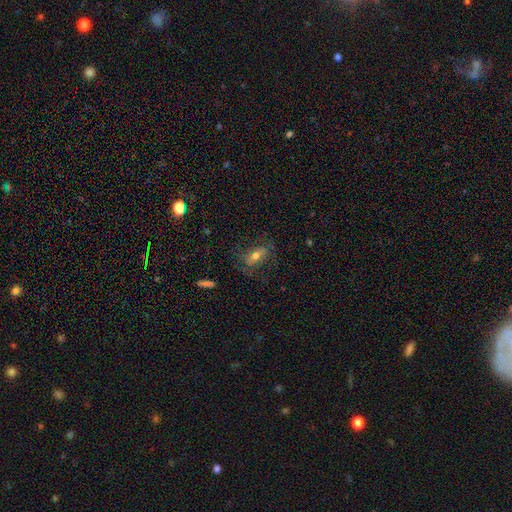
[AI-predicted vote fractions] Overall: smooth (45%; featured or disk 43%). Merging: none (66%).